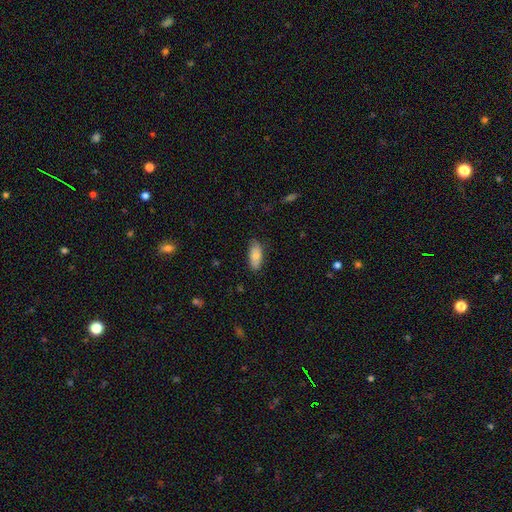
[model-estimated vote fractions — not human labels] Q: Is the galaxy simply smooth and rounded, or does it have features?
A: smooth — 81%.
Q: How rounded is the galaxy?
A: in between — 84%.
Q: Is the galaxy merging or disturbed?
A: none — 79%.